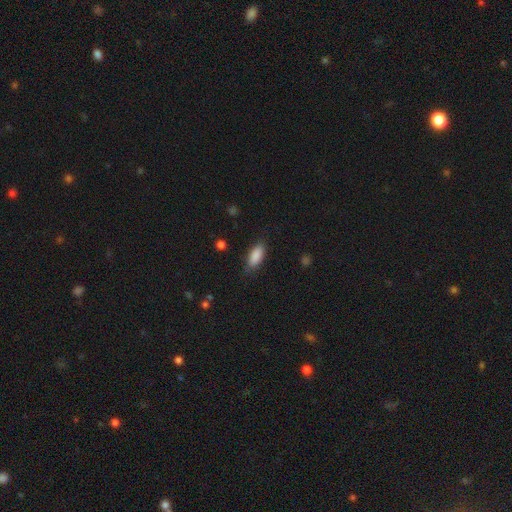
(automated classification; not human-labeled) Morphology: type=smooth (87%); roundness=in between (81%); merging=none (81%).